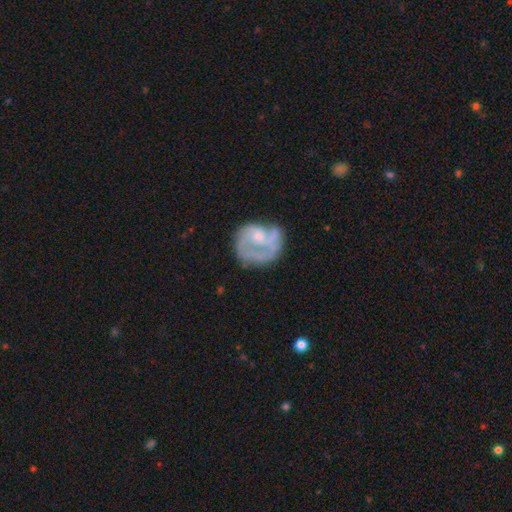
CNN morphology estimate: smooth_or_featured: featured or disk (p=0.64) [alt: smooth p=0.29]
disk_edge_on: no (p=0.98) [alt: yes p=0.02]
bar: no (p=0.72) [alt: weak p=0.23]
has_spiral_arms: yes (p=0.64) [alt: no p=0.36]
bulge_size: moderate (p=0.39) [alt: small p=0.36]
merging: none (p=0.46) [alt: major disturbance p=0.27]